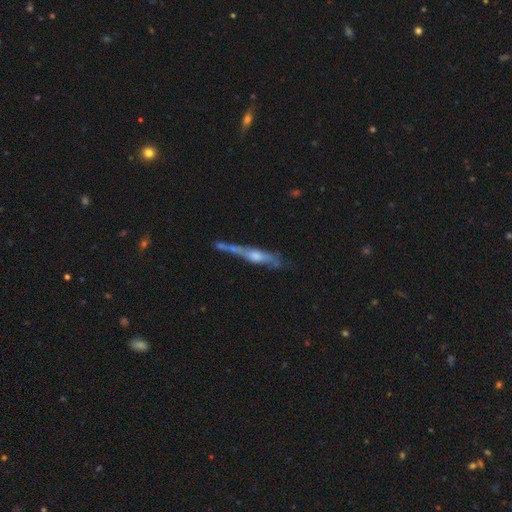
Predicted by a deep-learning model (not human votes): smooth_or_featured: featured or disk (p=0.65) [alt: smooth p=0.27]
disk_edge_on: yes (p=0.79) [alt: no p=0.21]
edge_on_bulge: rounded (p=0.66) [alt: none p=0.19]
merging: none (p=0.44) [alt: merger p=0.23]